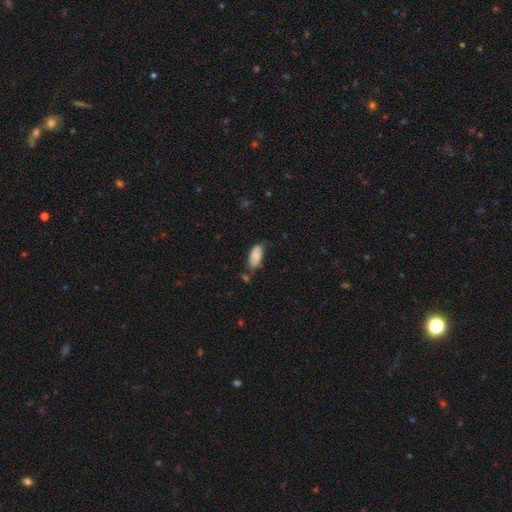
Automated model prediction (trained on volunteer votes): This appears to be a smooth galaxy with no disk features (80%) that is in between round and cigar-shaped (90%). Merging: none (58%).